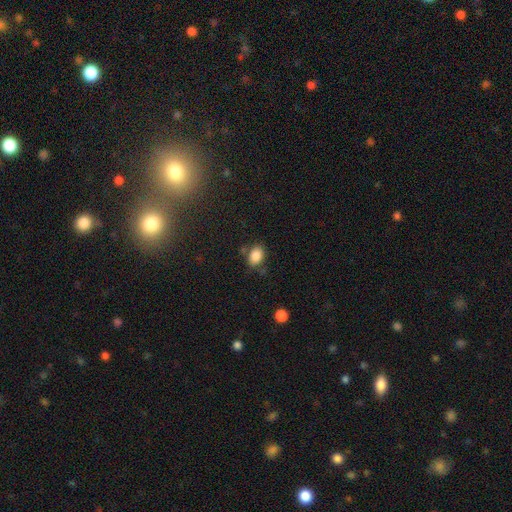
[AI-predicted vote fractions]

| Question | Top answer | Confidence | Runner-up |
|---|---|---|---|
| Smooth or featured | smooth | 85% | star or artifact (9%) |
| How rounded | in between | 77% | round (22%) |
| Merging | none | 70% | minor disturbance (18%) |